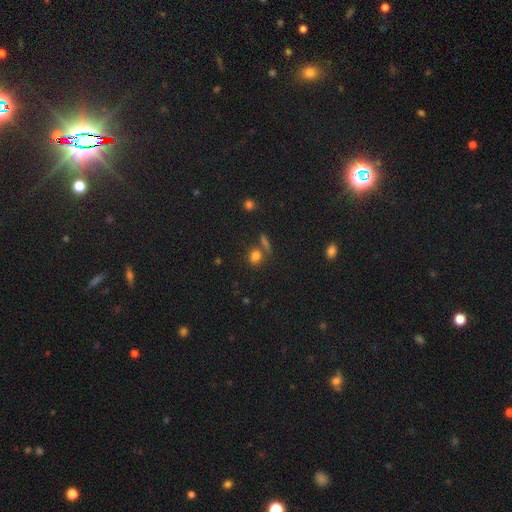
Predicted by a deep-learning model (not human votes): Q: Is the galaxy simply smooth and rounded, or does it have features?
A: smooth — 75%.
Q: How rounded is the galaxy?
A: round — 48%, tied with in between.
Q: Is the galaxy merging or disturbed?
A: none — 62%.